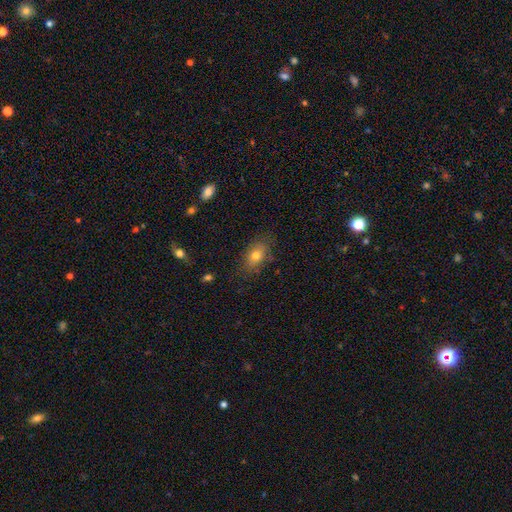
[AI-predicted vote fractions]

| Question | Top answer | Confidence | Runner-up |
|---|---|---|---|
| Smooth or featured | smooth | 75% | featured or disk (15%) |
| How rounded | in between | 80% | round (17%) |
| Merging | none | 78% | minor disturbance (16%) |